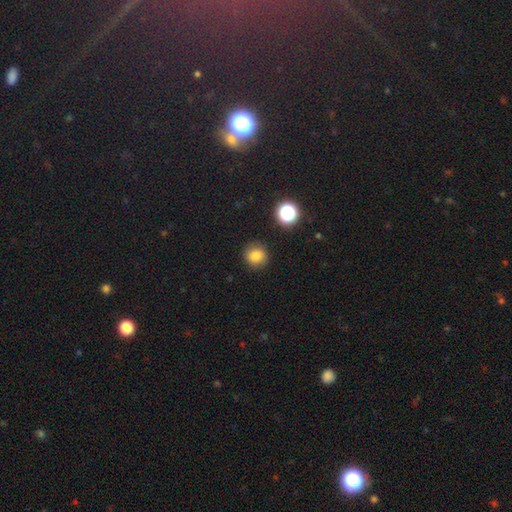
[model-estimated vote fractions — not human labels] The model was most divided on "smooth or featured": smooth: 82%, star or artifact: 13%, featured or disk: 6%. More confident: how rounded — round (88%); merging — none (86%).